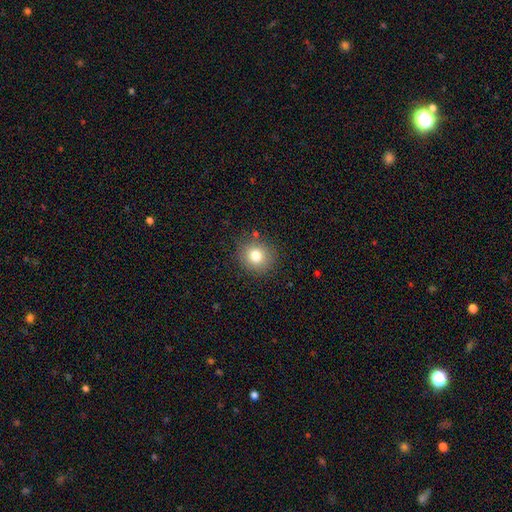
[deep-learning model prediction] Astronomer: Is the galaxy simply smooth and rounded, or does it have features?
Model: smooth — 79%.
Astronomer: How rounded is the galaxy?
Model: round — 88%.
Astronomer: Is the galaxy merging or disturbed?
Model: none — 86%.